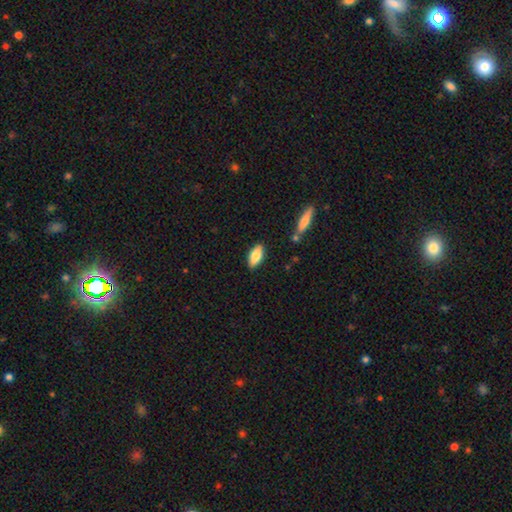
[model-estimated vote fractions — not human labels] smooth-or-featured: smooth: 80% | featured or disk: 14% | star or artifact: 6%
  how-rounded: in between: 84% | cigar-shaped: 14% | round: 2%
  merging: none: 86% | minor disturbance: 10% | merger: 2% | major disturbance: 2%